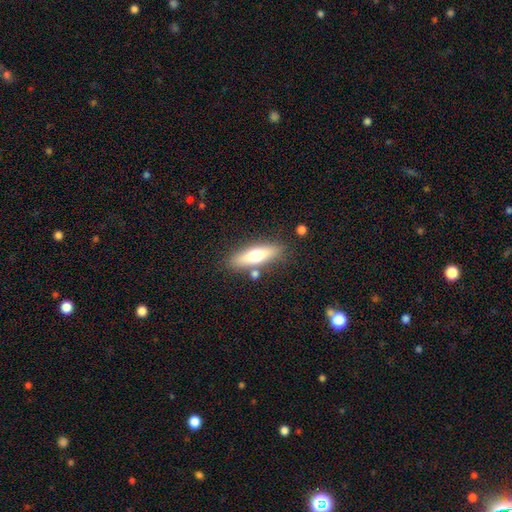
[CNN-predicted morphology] smooth-or-featured: smooth: 59% | featured or disk: 35% | star or artifact: 6%
  how-rounded: cigar-shaped: 59% | in between: 38% | round: 3%
  merging: none: 79% | minor disturbance: 12% | merger: 6% | major disturbance: 3%